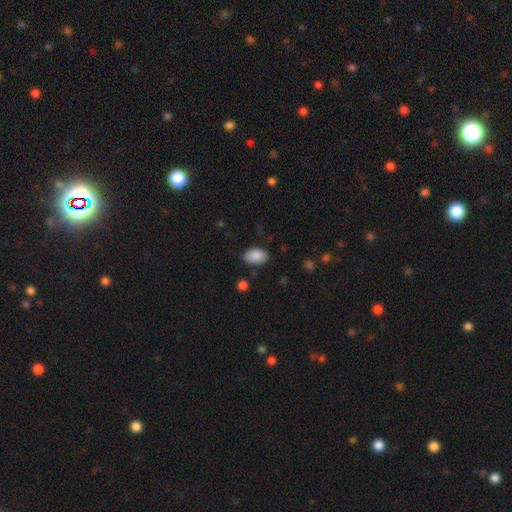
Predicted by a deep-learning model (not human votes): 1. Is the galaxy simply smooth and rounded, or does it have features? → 88% smooth, 7% star or artifact, 5% featured or disk.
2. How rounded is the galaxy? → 92% in between, 7% round, 1% cigar-shaped.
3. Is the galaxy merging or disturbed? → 84% none, 12% minor disturbance, 3% major disturbance, 2% merger.